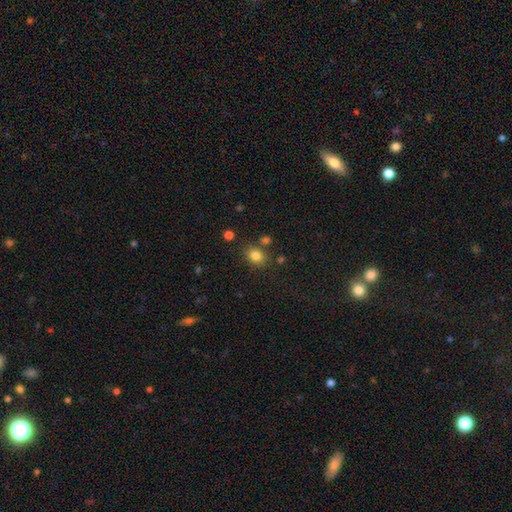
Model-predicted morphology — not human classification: Smooth or featured? smooth (82%)
How rounded? in between (53%)
Merging? none (76%)